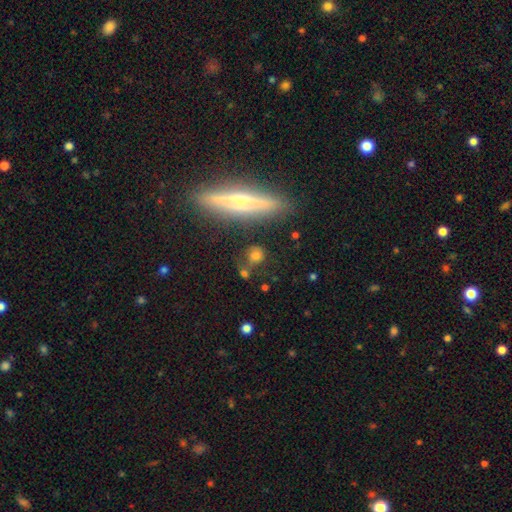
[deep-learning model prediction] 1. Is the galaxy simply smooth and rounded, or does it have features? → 61% smooth, 24% featured or disk, 15% star or artifact.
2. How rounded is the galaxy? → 64% round, 27% in between, 9% cigar-shaped.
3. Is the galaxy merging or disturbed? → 70% none, 15% minor disturbance, 8% merger, 6% major disturbance.